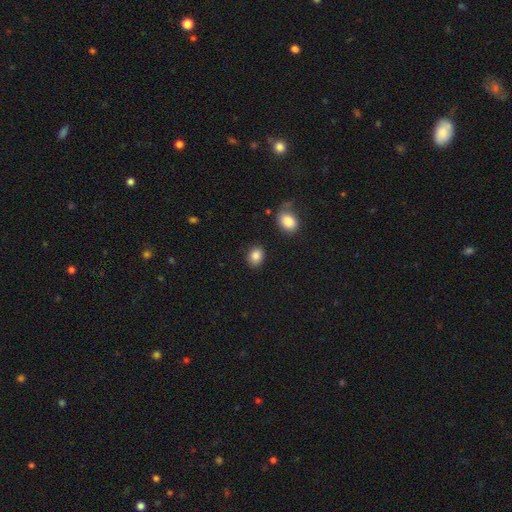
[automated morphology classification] Smooth or featured: smooth — 85% (star or artifact — 9%)
How rounded: in between — 56% (round — 43%)
Merging: none — 85% (minor disturbance — 9%)